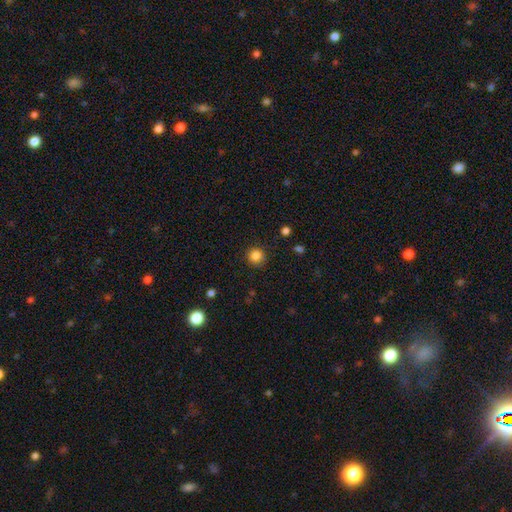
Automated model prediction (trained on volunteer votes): Smooth or featured? smooth (84%)
How rounded? round (92%)
Merging? none (89%)